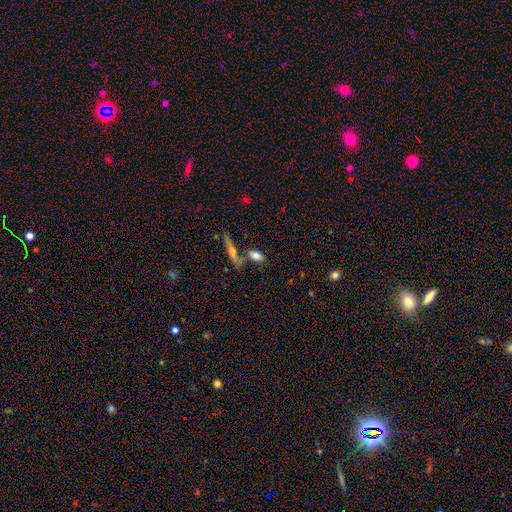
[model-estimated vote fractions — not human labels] Smooth or featured? Predicted: smooth (p=0.74). How rounded? Predicted: in between (p=0.79). Merging? Predicted: none (p=0.60).